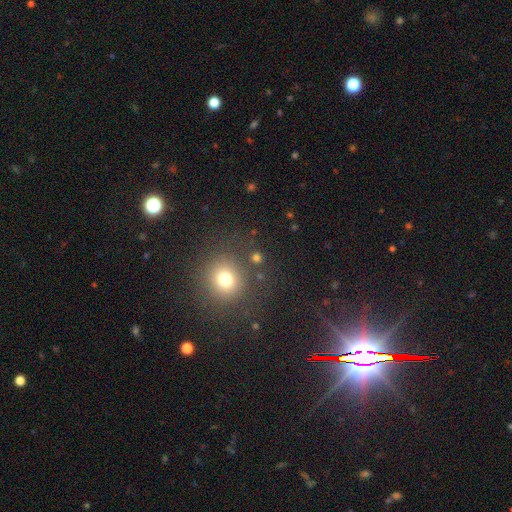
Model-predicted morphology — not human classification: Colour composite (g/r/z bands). It shows a star or artifact, not a galaxy (49%).